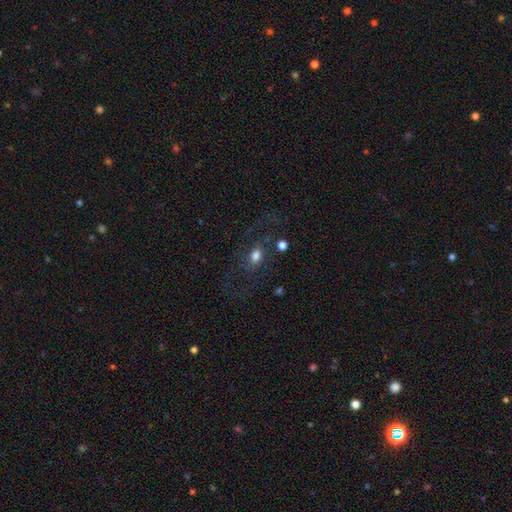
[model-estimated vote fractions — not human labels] Smooth or featured? Predicted: smooth (p=0.47). Merging? Predicted: none (p=0.53).